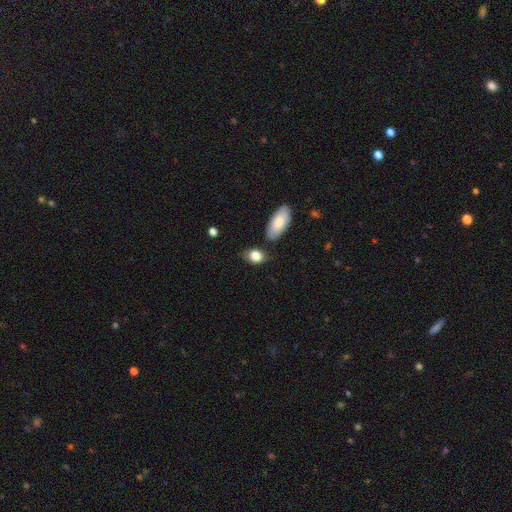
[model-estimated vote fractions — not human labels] Smooth or featured? smooth (84%)
How rounded? in between (76%)
Merging? none (67%)